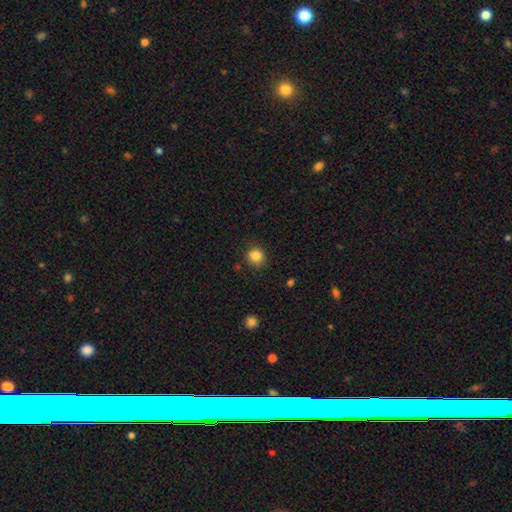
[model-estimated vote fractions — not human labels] A smooth galaxy with no disk features (85%) that is round (80%). Merging: none (81%).